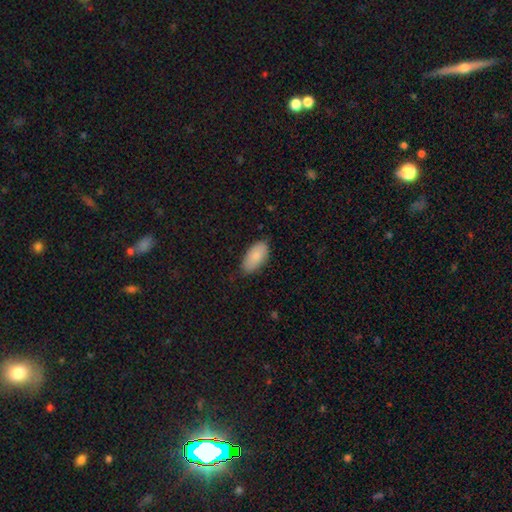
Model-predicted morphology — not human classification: Smooth or featured? Predicted: smooth (p=0.87). How rounded? Predicted: in between (p=0.94). Merging? Predicted: none (p=0.80).